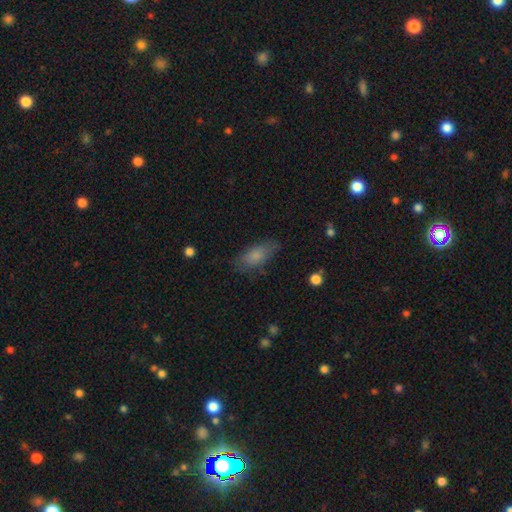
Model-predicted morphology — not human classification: This is likely a smooth galaxy (78%). How rounded: clearly in between (83%). Merging: likely none (70%).